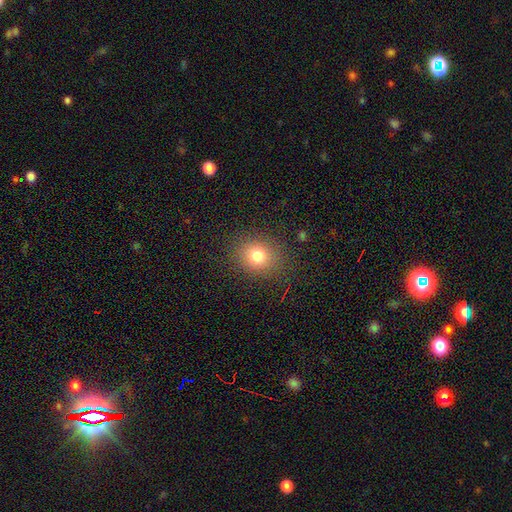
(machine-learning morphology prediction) This appears to be a smooth galaxy with no disk features (79%) that is round (64%). Merging: none (85%).